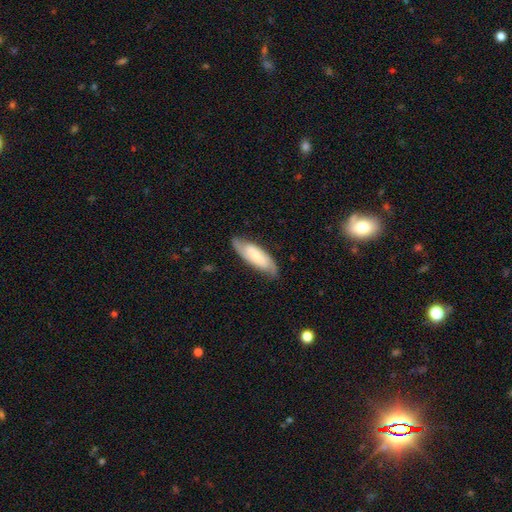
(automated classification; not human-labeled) This is possibly a featured or disk galaxy (53%). It is clearly not viewed edge-on (84%). Merging: likely none (78%).